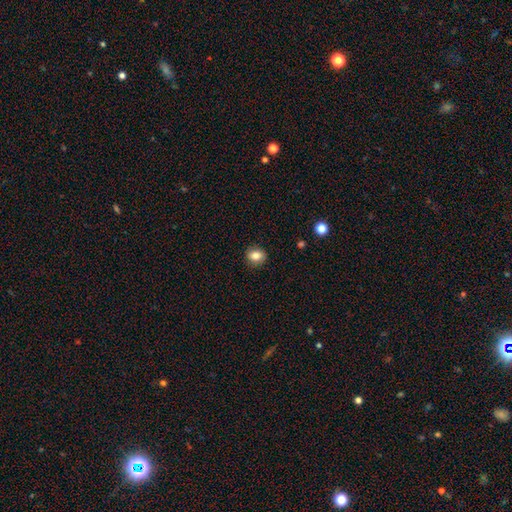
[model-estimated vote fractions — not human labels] The model was most divided on "how rounded": round: 61%, in between: 38%, cigar-shaped: 1%. More confident: merging — none (87%); smooth or featured — smooth (80%).